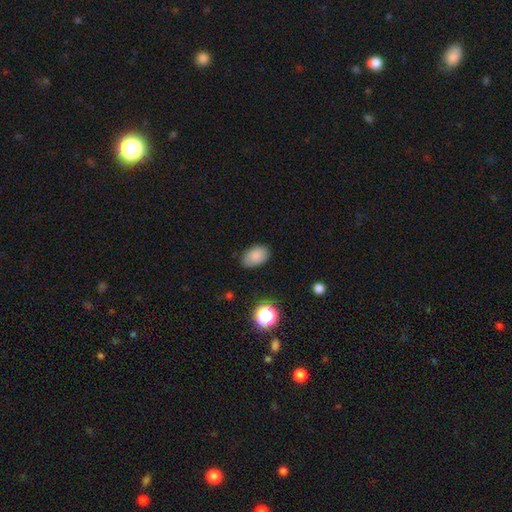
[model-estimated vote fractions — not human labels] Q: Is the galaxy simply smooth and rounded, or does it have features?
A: smooth — 84%.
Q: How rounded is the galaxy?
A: in between — 87%.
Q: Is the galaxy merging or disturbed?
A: none — 80%.